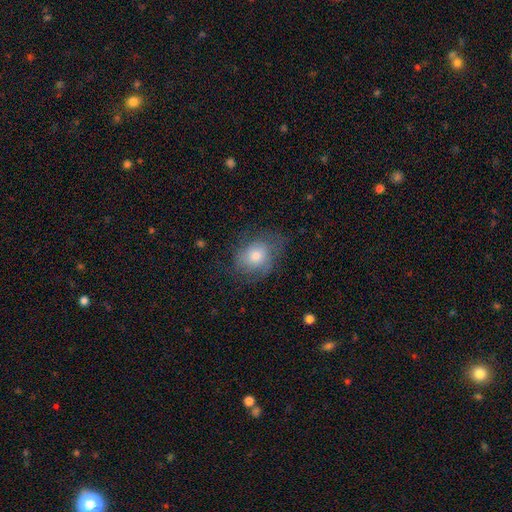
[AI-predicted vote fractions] smooth 58%, featured or disk 33%, star or artifact 9%. Down the decision tree: how rounded — in between (53%); merging — none (60%).